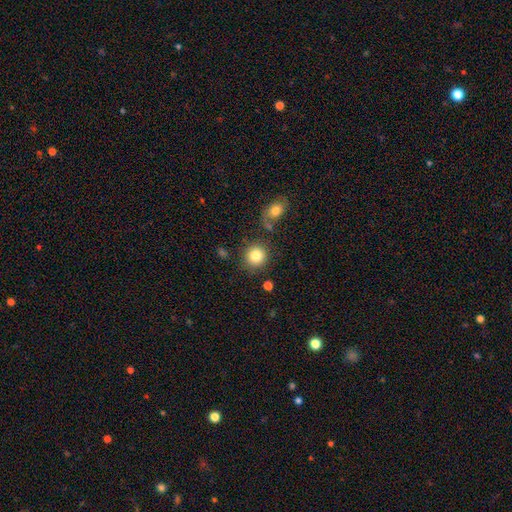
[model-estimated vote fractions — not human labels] smooth_or_featured: smooth (p=0.84) [alt: star or artifact p=0.09]
how_rounded: round (p=0.88) [alt: in between p=0.11]
merging: none (p=0.82) [alt: minor disturbance p=0.09]